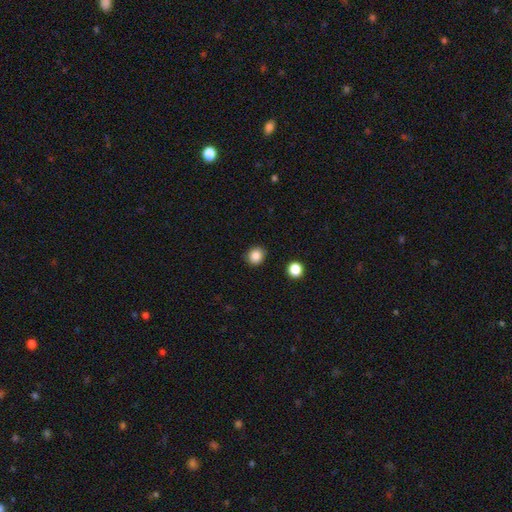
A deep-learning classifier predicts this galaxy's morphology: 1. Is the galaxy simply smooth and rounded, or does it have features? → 86% smooth, 11% star or artifact, 4% featured or disk.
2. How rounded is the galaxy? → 81% round, 18% in between, 1% cigar-shaped.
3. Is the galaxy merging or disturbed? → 88% none, 8% minor disturbance, 2% major disturbance, 2% merger.